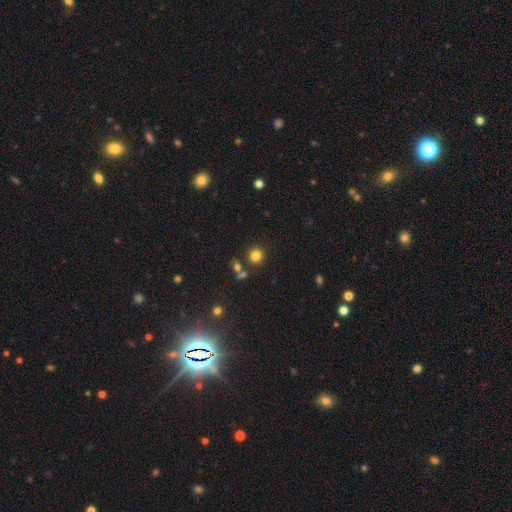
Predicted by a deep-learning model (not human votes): Q: Smooth or featured?
A: smooth (81%); runner-up: star or artifact (14%)
Q: How rounded?
A: round (92%); runner-up: in between (7%)
Q: Merging?
A: none (80%); runner-up: merger (10%)